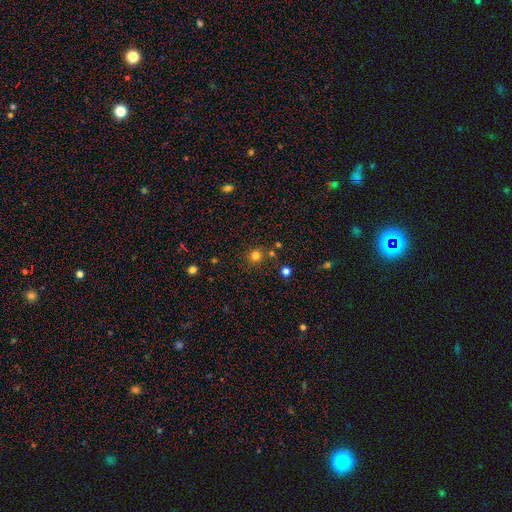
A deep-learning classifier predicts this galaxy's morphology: smooth-or-featured: smooth: 79% | star or artifact: 16% | featured or disk: 5%
  how-rounded: round: 91% | in between: 8% | cigar-shaped: 1%
  merging: none: 81% | minor disturbance: 8% | merger: 8% | major disturbance: 3%